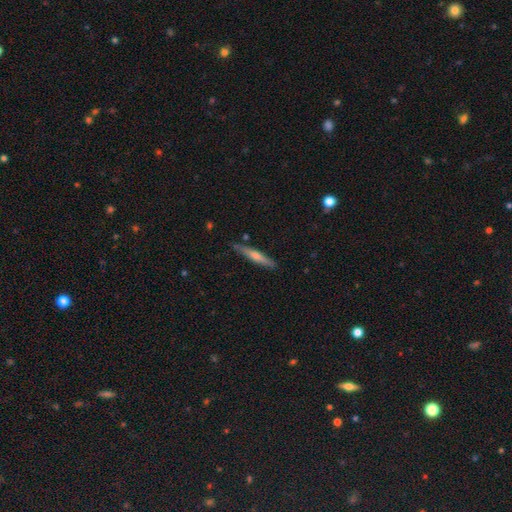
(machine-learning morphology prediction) Smooth or featured: featured or disk — 57% (smooth — 37%)
Edge-on disk: yes — 96% (no — 4%)
Edge-on bulge: rounded — 72% (none — 21%)
Merging: none — 87% (minor disturbance — 10%)